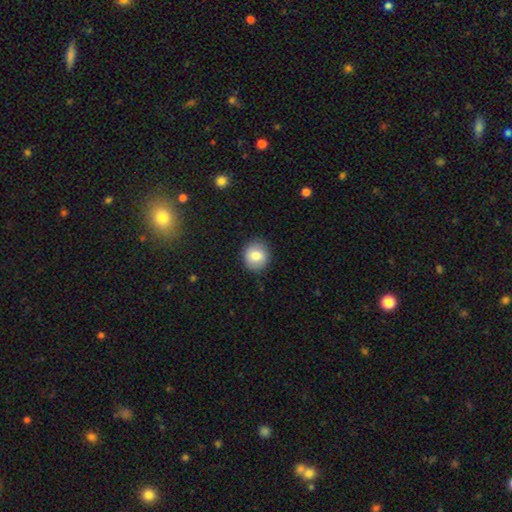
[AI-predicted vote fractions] smooth 81%, featured or disk 11%, star or artifact 8%. Down the decision tree: how rounded — round (85%); merging — none (87%).